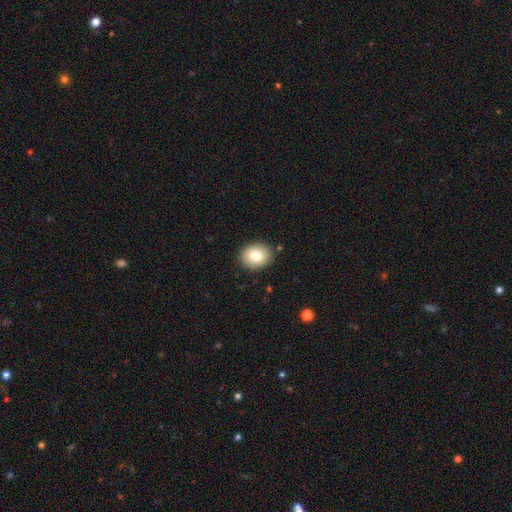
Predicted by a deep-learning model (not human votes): smooth-or-featured: smooth: 82% | featured or disk: 10% | star or artifact: 8%
  how-rounded: round: 51% | in between: 49% | cigar-shaped: 1%
  merging: none: 88% | minor disturbance: 8% | major disturbance: 2% | merger: 1%